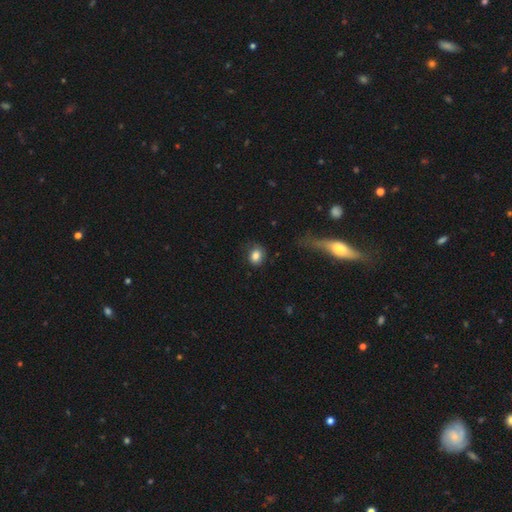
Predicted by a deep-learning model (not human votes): A smooth galaxy with no disk features (83%) that is round (54%). Merging: none (76%).